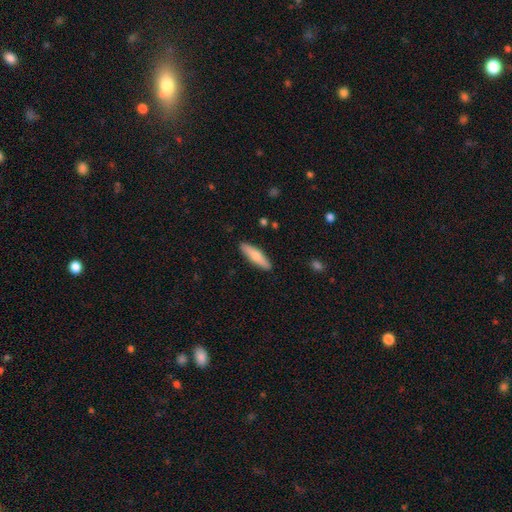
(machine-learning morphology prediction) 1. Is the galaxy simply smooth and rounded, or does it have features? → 70% smooth, 25% featured or disk, 5% star or artifact.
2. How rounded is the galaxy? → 71% cigar-shaped, 28% in between, 2% round.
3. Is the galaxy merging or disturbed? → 89% none, 8% minor disturbance, 2% major disturbance, 1% merger.